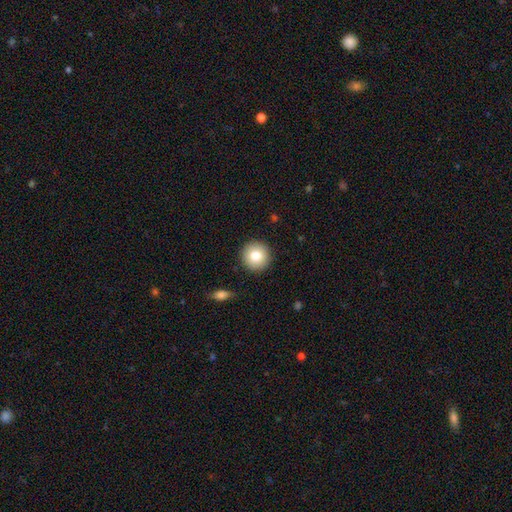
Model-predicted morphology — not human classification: Overall: smooth (79%). How rounded: round (95%). Merging: none (91%).